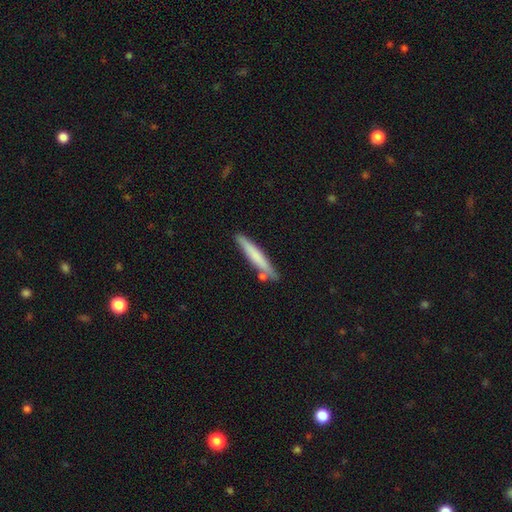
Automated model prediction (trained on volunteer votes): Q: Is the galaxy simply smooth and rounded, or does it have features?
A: smooth — 67%.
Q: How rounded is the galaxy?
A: cigar-shaped — 94%.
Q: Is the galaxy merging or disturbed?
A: none — 79%.